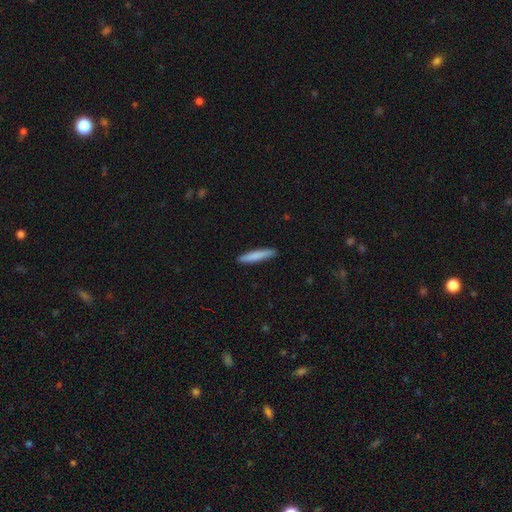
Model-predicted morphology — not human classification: A smooth galaxy with no disk features (81%) that is cigar-shaped (93%).

Vote fractions:
- Smooth or featured? smooth: 81% / featured or disk: 14% / star or artifact: 5%
- How rounded? cigar-shaped: 93% / in between: 6% / round: 1%
- Merging? none: 90% / minor disturbance: 7% / major disturbance: 1% / merger: 1%